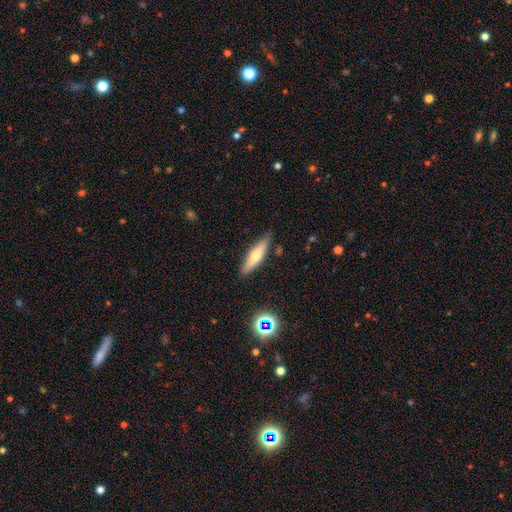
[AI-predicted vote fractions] This appears to be a smooth galaxy with no disk features (58%) that is cigar-shaped (76%). Merging: none (84%).